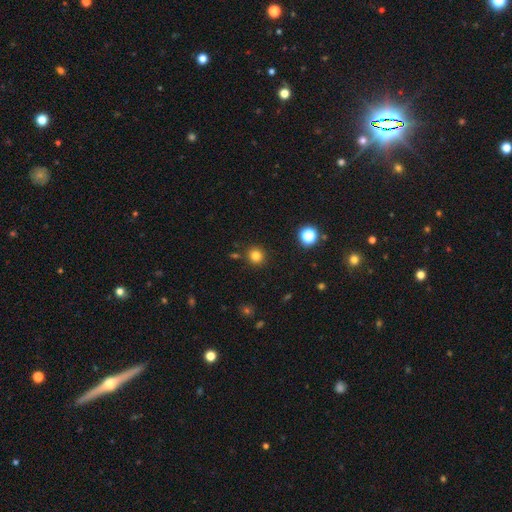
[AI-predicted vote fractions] Overall: smooth (81%). How rounded: round (91%). Merging: none (87%).